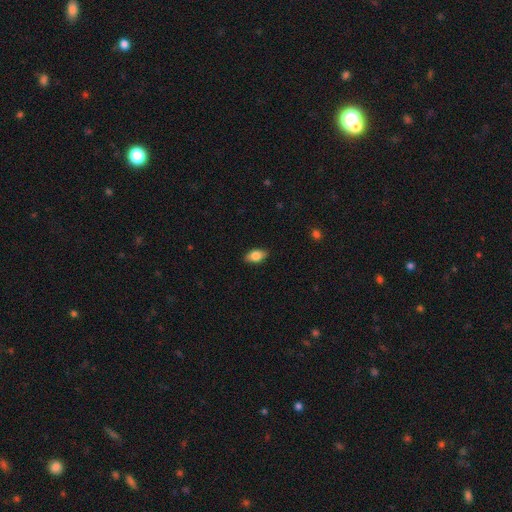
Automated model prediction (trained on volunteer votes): The model was most divided on "smooth or featured": smooth: 82%, featured or disk: 11%, star or artifact: 7%. More confident: how rounded — in between (90%); merging — none (87%).